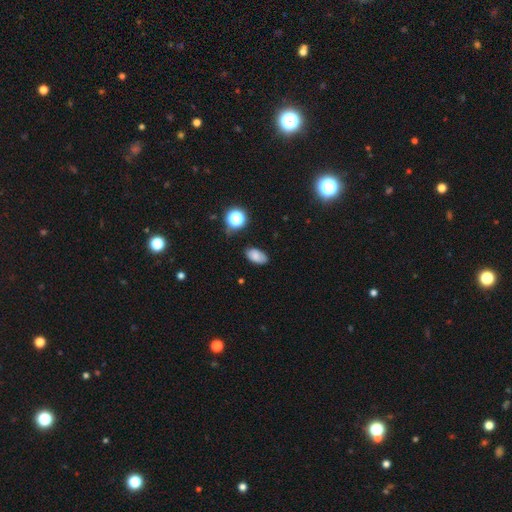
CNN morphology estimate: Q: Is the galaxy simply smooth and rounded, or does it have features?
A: smooth — 79%.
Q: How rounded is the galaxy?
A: in between — 93%.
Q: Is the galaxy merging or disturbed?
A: none — 77%.